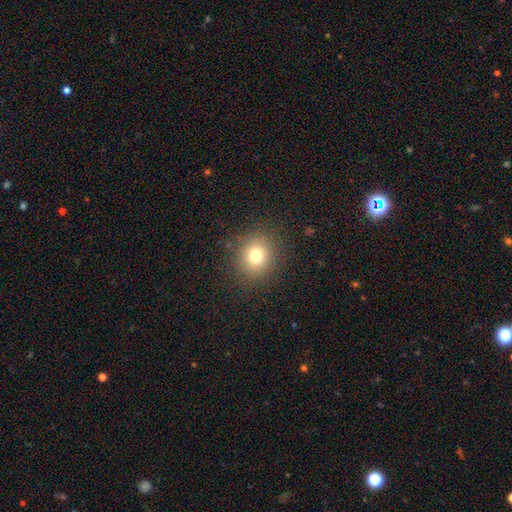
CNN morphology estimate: smooth-or-featured: smooth: 77% | star or artifact: 14% | featured or disk: 9%
  how-rounded: round: 80% | in between: 19% | cigar-shaped: 1%
  merging: none: 88% | minor disturbance: 8% | major disturbance: 4% | merger: 1%